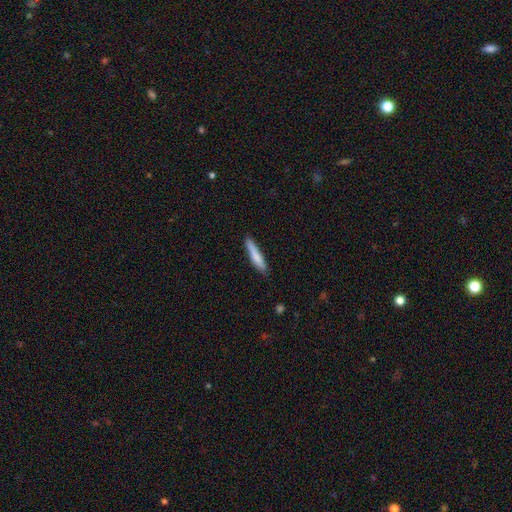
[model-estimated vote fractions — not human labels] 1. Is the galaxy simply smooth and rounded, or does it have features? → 79% smooth, 16% featured or disk, 6% star or artifact.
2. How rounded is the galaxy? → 89% cigar-shaped, 10% in between, 1% round.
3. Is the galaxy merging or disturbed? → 79% none, 17% minor disturbance, 3% major disturbance, 2% merger.